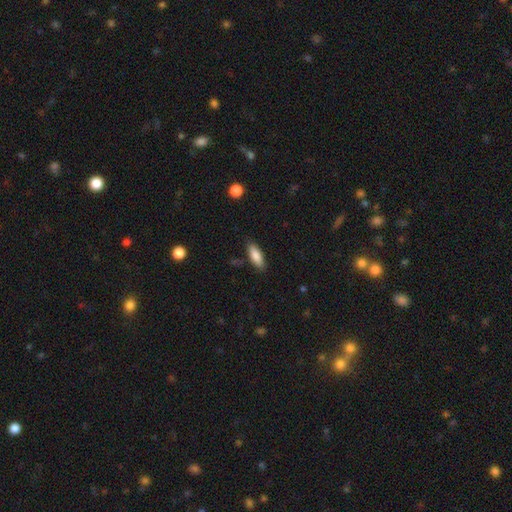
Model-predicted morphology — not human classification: This appears to be a smooth galaxy with no disk features (83%) that is in between round and cigar-shaped (65%). Merging: none (84%).